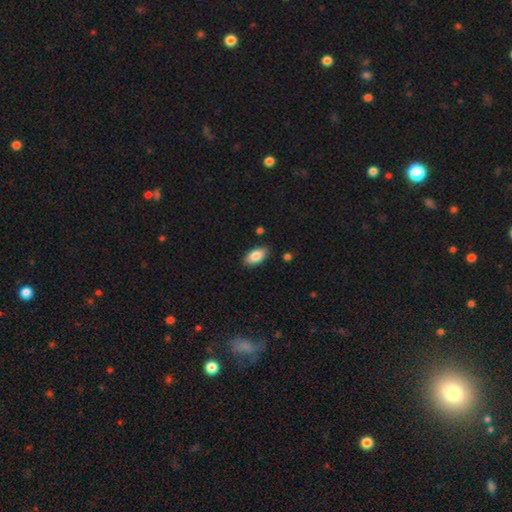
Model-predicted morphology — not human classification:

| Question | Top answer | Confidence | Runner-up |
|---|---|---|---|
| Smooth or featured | smooth | 85% | featured or disk (8%) |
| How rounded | in between | 93% | cigar-shaped (4%) |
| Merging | none | 85% | minor disturbance (11%) |